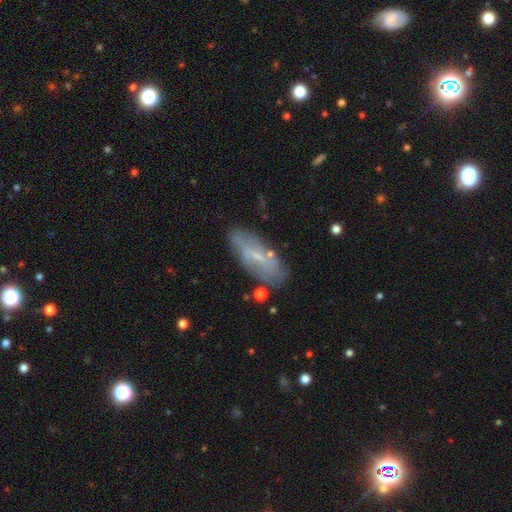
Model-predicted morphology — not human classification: smooth_or_featured: featured or disk (p=0.55) [alt: smooth p=0.37]
disk_edge_on: no (p=0.81) [alt: yes p=0.19]
merging: none (p=0.71) [alt: minor disturbance p=0.19]